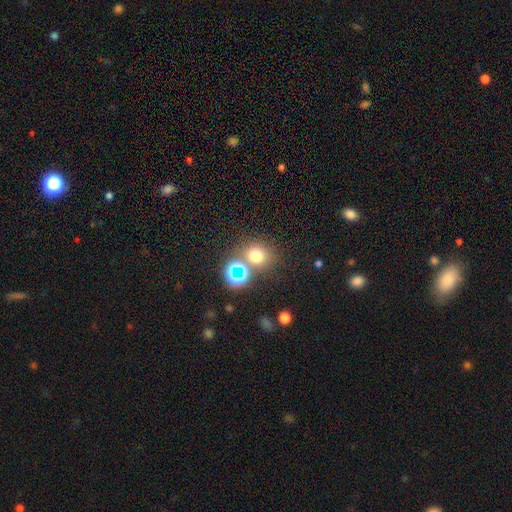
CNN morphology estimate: Smooth or featured?
  - smooth: 66% *
  - star or artifact: 25%
  - featured or disk: 8%
How rounded?
  - round: 81% *
  - in between: 18%
  - cigar-shaped: 1%
Merging?
  - none: 70% *
  - merger: 18%
  - minor disturbance: 9%
  - major disturbance: 4%